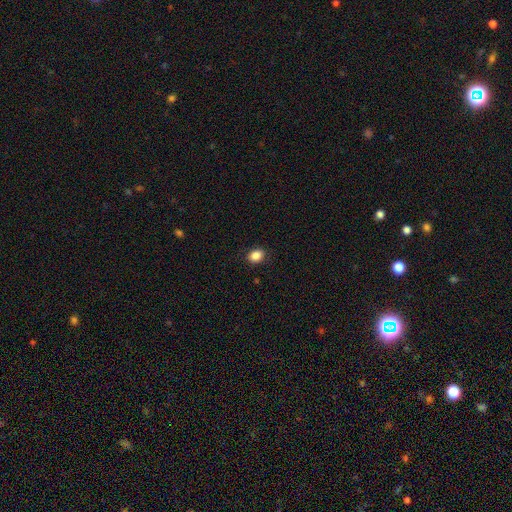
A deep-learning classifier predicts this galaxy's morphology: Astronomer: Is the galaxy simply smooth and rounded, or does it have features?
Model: smooth — 87%.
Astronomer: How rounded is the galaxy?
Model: in between — 57% (runner-up: round, 42%).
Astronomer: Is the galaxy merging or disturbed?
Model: none — 89%.